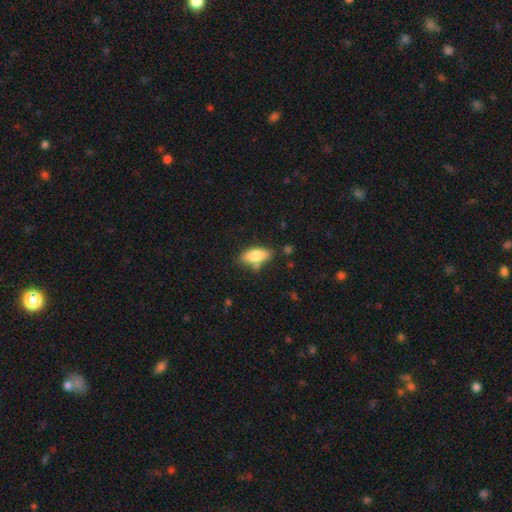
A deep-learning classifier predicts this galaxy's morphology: smooth 78%, featured or disk 15%, star or artifact 7%. Down the decision tree: how rounded — in between (83%); merging — none (74%).